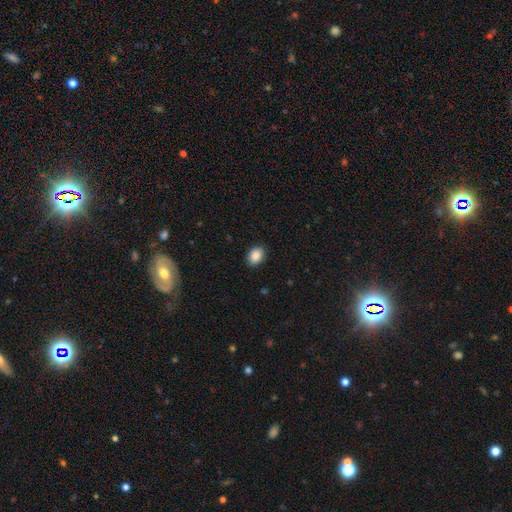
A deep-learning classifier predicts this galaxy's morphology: Smooth or featured: smooth — 88% (star or artifact — 8%)
How rounded: in between — 70% (round — 29%)
Merging: none — 90% (minor disturbance — 7%)